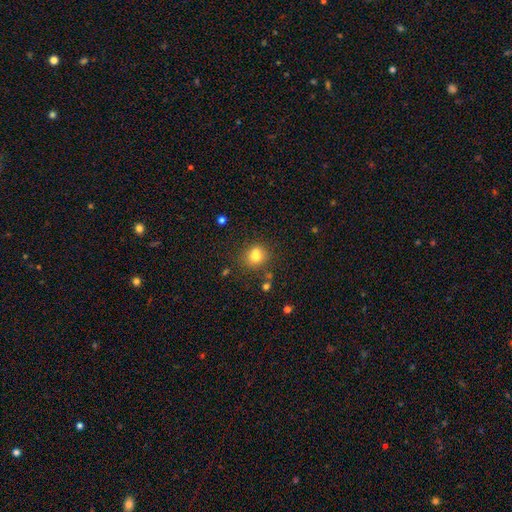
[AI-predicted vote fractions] Smooth or featured?
  - smooth: 74% *
  - star or artifact: 13%
  - featured or disk: 12%
How rounded?
  - round: 72% *
  - in between: 27%
  - cigar-shaped: 1%
Merging?
  - none: 59% *
  - merger: 23%
  - minor disturbance: 14%
  - major disturbance: 5%